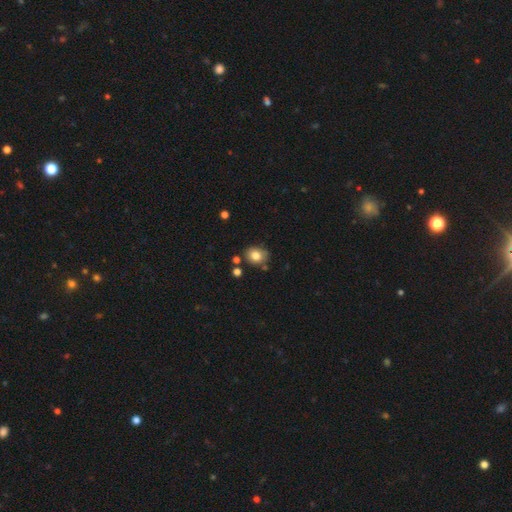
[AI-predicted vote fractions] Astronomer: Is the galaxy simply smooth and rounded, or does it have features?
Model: smooth — 79%.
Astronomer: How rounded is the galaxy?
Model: round — 62%.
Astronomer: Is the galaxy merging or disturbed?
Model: none — 76%.